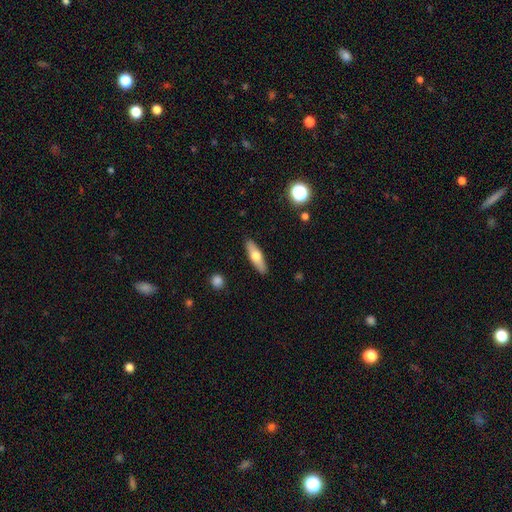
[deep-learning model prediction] A smooth galaxy with no disk features (59%) that is cigar-shaped (55%).

Vote fractions:
- Smooth or featured? smooth: 59% / featured or disk: 35% / star or artifact: 6%
- How rounded? cigar-shaped: 55% / in between: 42% / round: 3%
- Merging? none: 89% / minor disturbance: 8% / major disturbance: 2% / merger: 1%